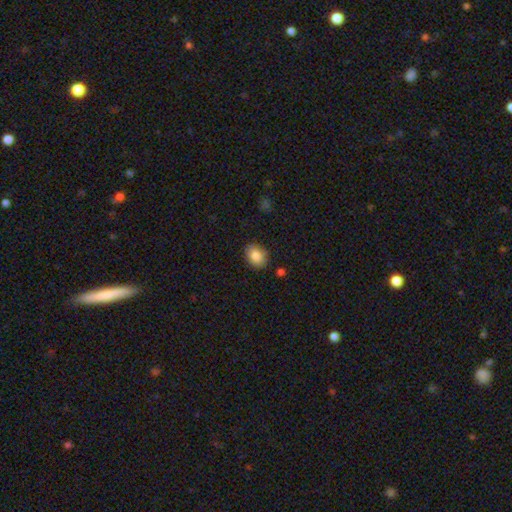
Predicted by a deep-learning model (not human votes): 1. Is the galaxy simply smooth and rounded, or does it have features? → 85% smooth, 8% star or artifact, 7% featured or disk.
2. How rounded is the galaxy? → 61% in between, 38% round, 1% cigar-shaped.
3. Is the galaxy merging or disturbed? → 85% none, 11% minor disturbance, 2% major disturbance, 2% merger.